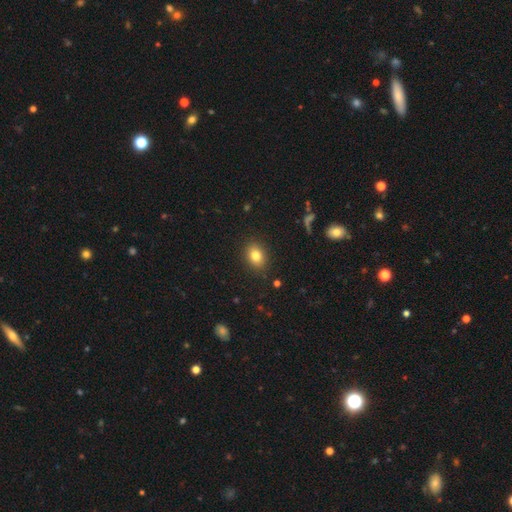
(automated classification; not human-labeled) smooth_or_featured: smooth (p=0.81) [alt: star or artifact p=0.11]
how_rounded: in between (p=0.63) [alt: round p=0.36]
merging: none (p=0.88) [alt: minor disturbance p=0.09]